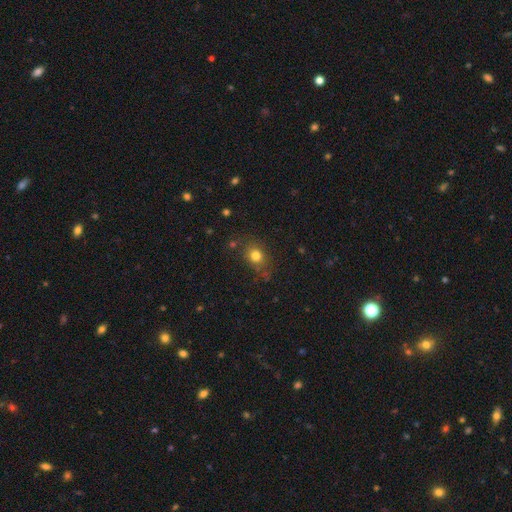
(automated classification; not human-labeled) Smooth or featured? Predicted: smooth (p=0.77). How rounded? Predicted: round (p=0.64). Merging? Predicted: none (p=0.75).